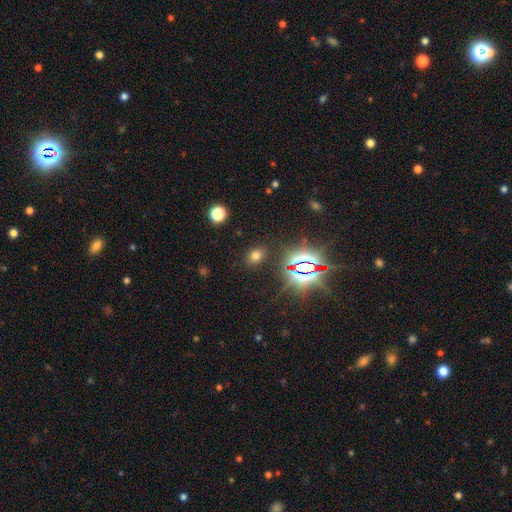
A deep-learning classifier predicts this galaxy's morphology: Smooth or featured?
  - smooth: 64% *
  - star or artifact: 28%
  - featured or disk: 8%
How rounded?
  - in between: 61% *
  - round: 37%
  - cigar-shaped: 1%
Merging?
  - none: 86% *
  - minor disturbance: 9%
  - major disturbance: 3%
  - merger: 2%